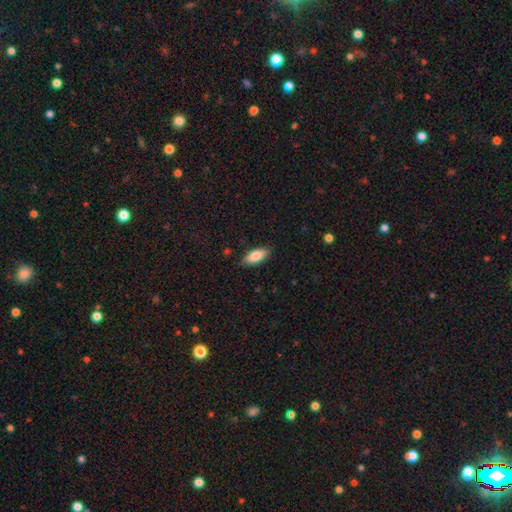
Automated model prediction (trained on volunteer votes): Morphology: type=smooth (82%); roundness=in between (84%); merging=none (86%).